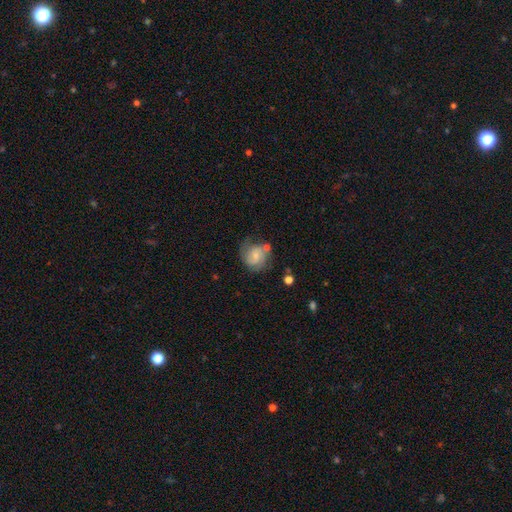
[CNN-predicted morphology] Smooth or featured? Predicted: featured or disk (p=0.60). Edge-on disk? Predicted: no (p=0.98). Bar? Predicted: no (p=0.62). Spiral arms? Predicted: yes (p=0.87). Spiral winding? Predicted: medium (p=0.43). Spiral arm count? Predicted: 2 (p=0.60). Bulge size? Predicted: small (p=0.62). Merging? Predicted: none (p=0.54).